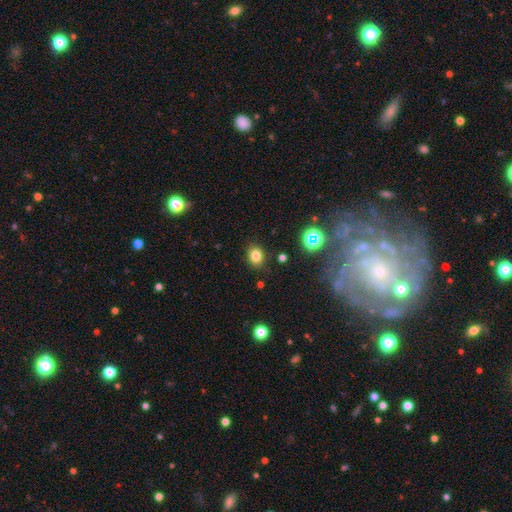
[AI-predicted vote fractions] Overall: smooth (80%). How rounded: round (51%; in between 48%). Merging: none (86%).